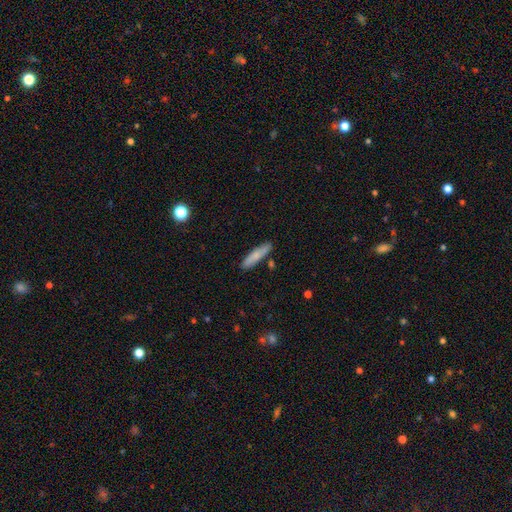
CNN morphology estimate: Q: Smooth or featured?
A: smooth (74%); runner-up: featured or disk (20%)
Q: How rounded?
A: cigar-shaped (78%); runner-up: in between (20%)
Q: Merging?
A: none (82%); runner-up: minor disturbance (13%)